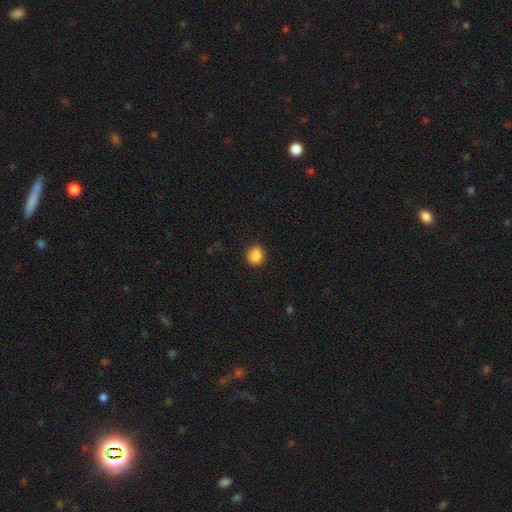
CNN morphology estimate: The model was most divided on "how rounded": round: 74%, in between: 25%, cigar-shaped: 1%. More confident: merging — none (88%); smooth or featured — smooth (88%).